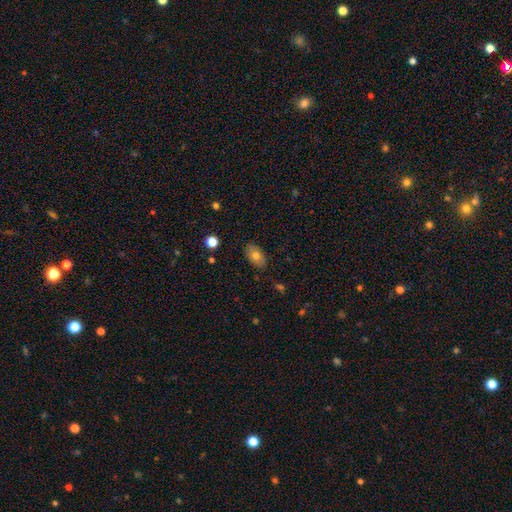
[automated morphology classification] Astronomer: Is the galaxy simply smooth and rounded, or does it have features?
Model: smooth — 73%.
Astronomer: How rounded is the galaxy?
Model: in between — 91%.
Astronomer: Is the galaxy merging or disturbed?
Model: none — 85%.